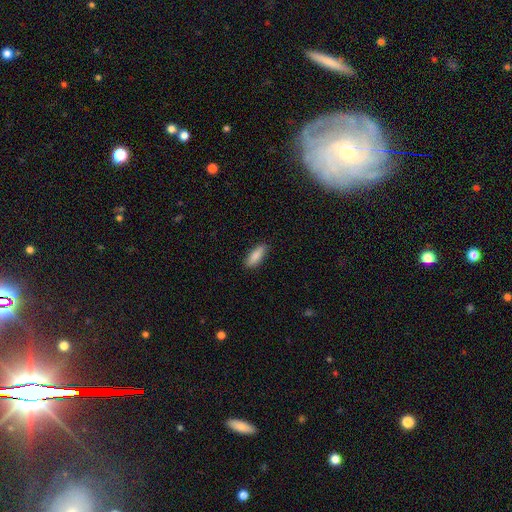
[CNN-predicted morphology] Q: Smooth or featured?
A: smooth (88%); runner-up: featured or disk (6%)
Q: How rounded?
A: in between (70%); runner-up: cigar-shaped (28%)
Q: Merging?
A: none (88%); runner-up: minor disturbance (9%)